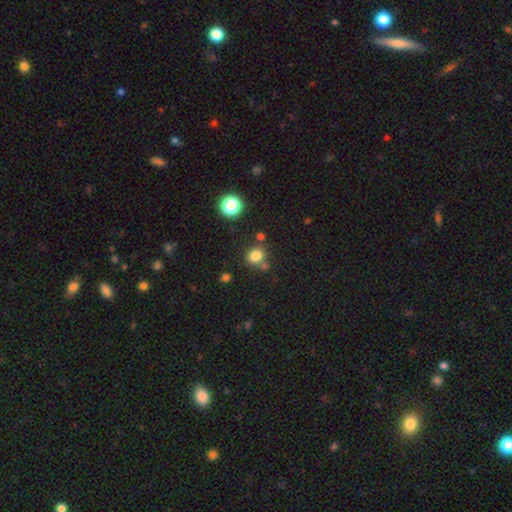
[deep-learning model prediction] smooth-or-featured: smooth: 79% | star or artifact: 15% | featured or disk: 6%
  how-rounded: round: 71% | in between: 28% | cigar-shaped: 1%
  merging: none: 69% | merger: 14% | minor disturbance: 13% | major disturbance: 4%